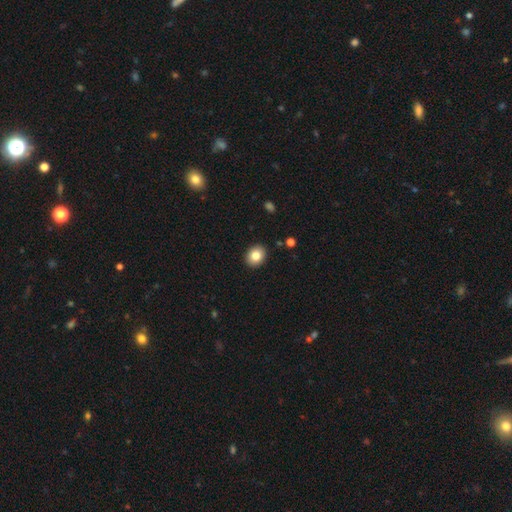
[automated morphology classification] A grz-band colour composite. It shows a smooth galaxy with no disk features (82%) that is round (52%). Merging: none (91%).